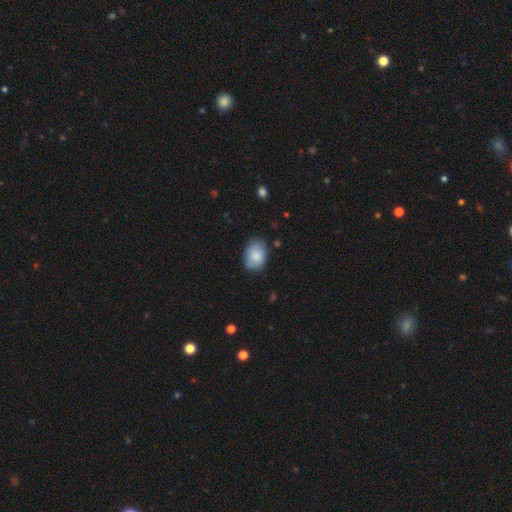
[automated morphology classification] A smooth galaxy with no disk features (84%) that is in between round and cigar-shaped (78%).

Vote fractions:
- Smooth or featured? smooth: 84% / featured or disk: 10% / star or artifact: 7%
- How rounded? in between: 78% / round: 21% / cigar-shaped: 1%
- Merging? none: 73% / minor disturbance: 21% / major disturbance: 4% / merger: 2%